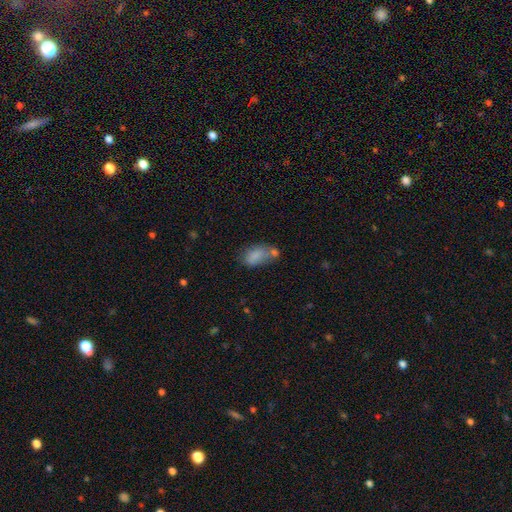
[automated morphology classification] A smooth galaxy with no disk features (77%) that is in between round and cigar-shaped (90%).

Vote fractions:
- Smooth or featured? smooth: 77% / featured or disk: 13% / star or artifact: 10%
- How rounded? in between: 90% / round: 7% / cigar-shaped: 3%
- Merging? none: 32% (tied) / merger: 32% (tied) / minor disturbance: 22% / major disturbance: 14%